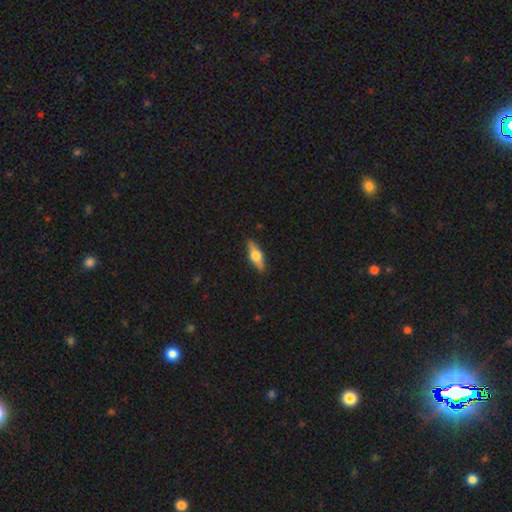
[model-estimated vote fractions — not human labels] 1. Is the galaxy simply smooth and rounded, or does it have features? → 51% featured or disk, 43% smooth, 6% star or artifact.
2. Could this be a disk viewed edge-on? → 92% yes, 8% no.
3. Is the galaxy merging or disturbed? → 87% none, 10% minor disturbance, 2% major disturbance, 1% merger.